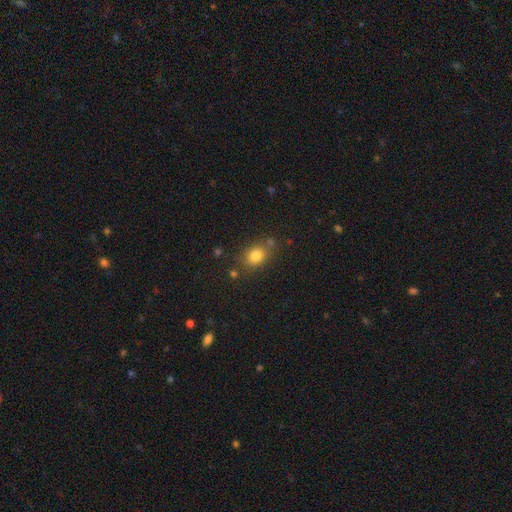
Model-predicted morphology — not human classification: Smooth or featured: smooth — 81% (star or artifact — 12%)
How rounded: in between — 53% (round — 45%)
Merging: none — 73% (minor disturbance — 14%)